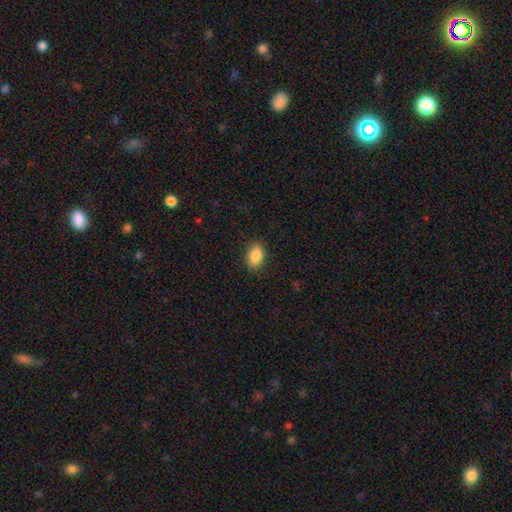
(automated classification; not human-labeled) Smooth or featured? Predicted: smooth (p=0.87). How rounded? Predicted: in between (p=0.89). Merging? Predicted: none (p=0.88).